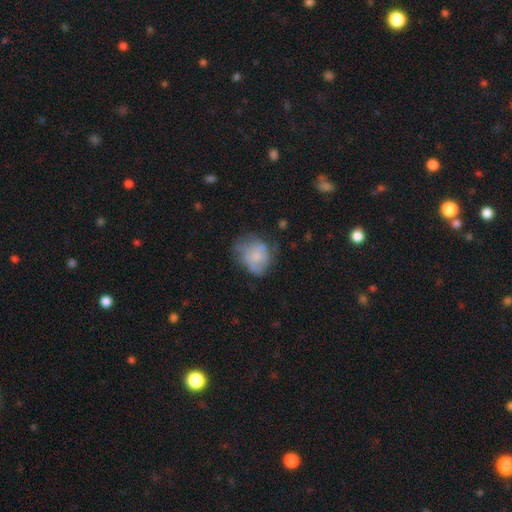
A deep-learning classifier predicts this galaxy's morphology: smooth-or-featured: smooth: 56% | featured or disk: 35% | star or artifact: 9%
  how-rounded: round: 53% | in between: 46% | cigar-shaped: 1%
  merging: none: 40% | minor disturbance: 33% | major disturbance: 23% | merger: 3%